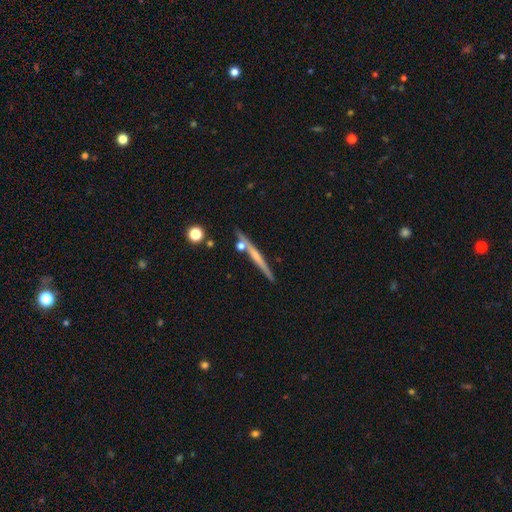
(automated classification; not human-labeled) Smooth or featured?
  - featured or disk: 55% *
  - smooth: 38%
  - star or artifact: 7%
Edge-on disk?
  - yes: 96% *
  - no: 4%
Edge-on bulge?
  - none: 65% *
  - rounded: 28%
  - boxy: 7%
Merging?
  - none: 81% *
  - minor disturbance: 9%
  - merger: 7%
  - major disturbance: 2%